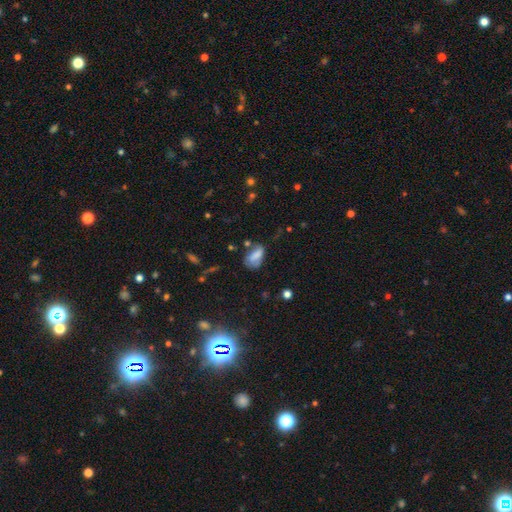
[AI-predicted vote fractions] smooth-or-featured: smooth: 64% | featured or disk: 24% | star or artifact: 12%
  how-rounded: in between: 87% | round: 9% | cigar-shaped: 4%
  merging: none: 39% | minor disturbance: 31% | major disturbance: 21% | merger: 9%